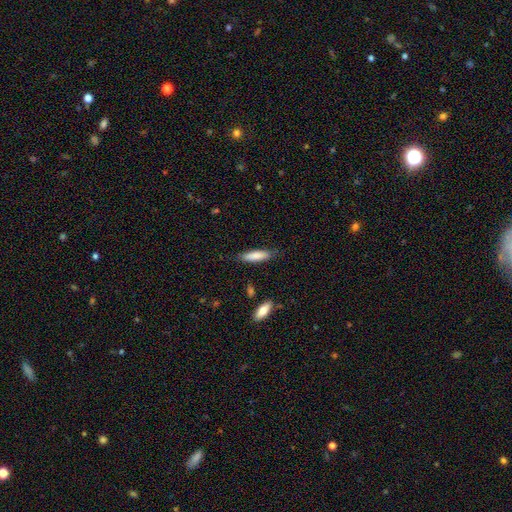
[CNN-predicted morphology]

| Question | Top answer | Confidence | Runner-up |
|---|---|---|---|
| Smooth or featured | smooth | 82% | featured or disk (12%) |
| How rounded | cigar-shaped | 61% | in between (38%) |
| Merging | none | 80% | minor disturbance (15%) |